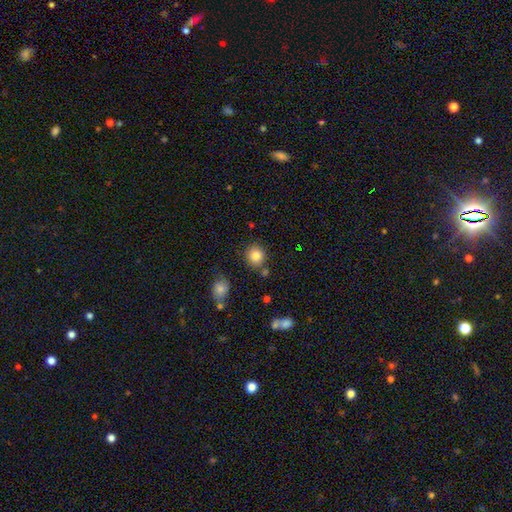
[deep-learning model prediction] Smooth or featured? Predicted: smooth (p=0.84). How rounded? Predicted: round (p=0.84). Merging? Predicted: none (p=0.80).